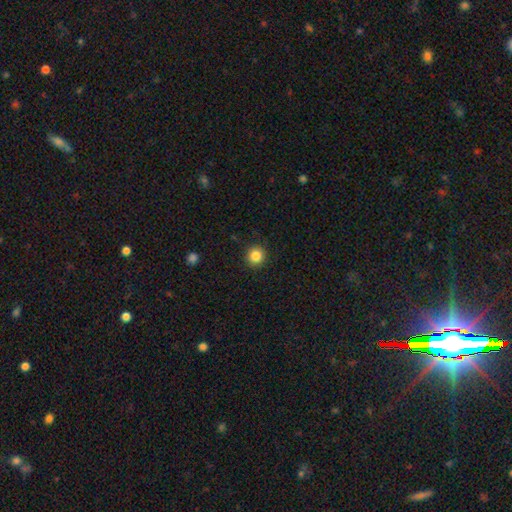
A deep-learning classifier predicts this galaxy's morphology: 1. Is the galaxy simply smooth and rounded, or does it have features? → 85% smooth, 11% star or artifact, 4% featured or disk.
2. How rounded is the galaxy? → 93% round, 6% in between, 1% cigar-shaped.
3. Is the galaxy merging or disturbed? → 91% none, 6% minor disturbance, 2% major disturbance, 1% merger.